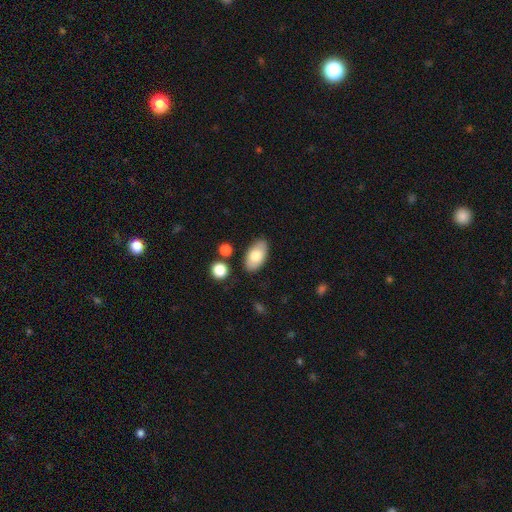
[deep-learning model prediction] The model was most divided on "smooth or featured": smooth: 77%, featured or disk: 16%, star or artifact: 6%. More confident: how rounded — in between (94%); merging — none (83%).